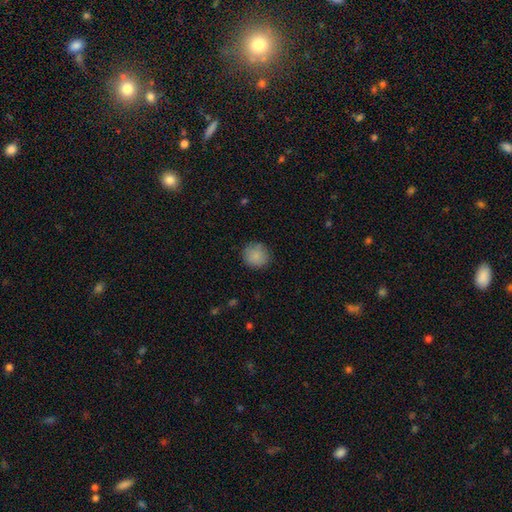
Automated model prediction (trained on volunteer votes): smooth_or_featured: smooth (p=0.86) [alt: star or artifact p=0.08]
how_rounded: round (p=0.91) [alt: in between p=0.08]
merging: none (p=0.86) [alt: minor disturbance p=0.11]